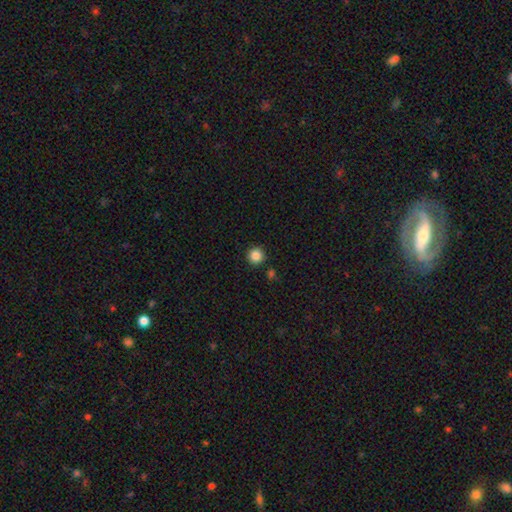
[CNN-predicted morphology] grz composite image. It shows a smooth galaxy with no disk features (86%) that is round (96%). Merging: none (90%).